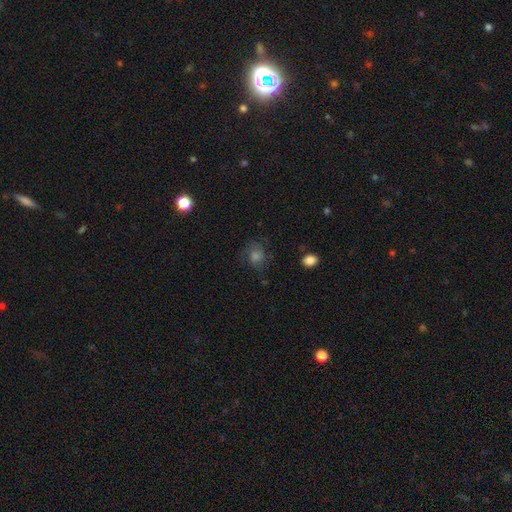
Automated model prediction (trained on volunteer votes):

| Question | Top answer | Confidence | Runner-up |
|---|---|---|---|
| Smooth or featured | smooth | 50% | featured or disk (27%) |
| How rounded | round | 73% | in between (26%) |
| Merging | none | 70% | minor disturbance (18%) |